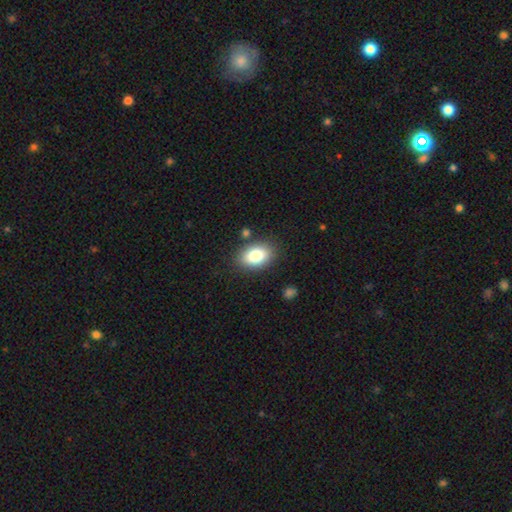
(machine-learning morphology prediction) This is clearly a smooth galaxy (81%). How rounded: clearly in between (85%). Merging: clearly none (84%).